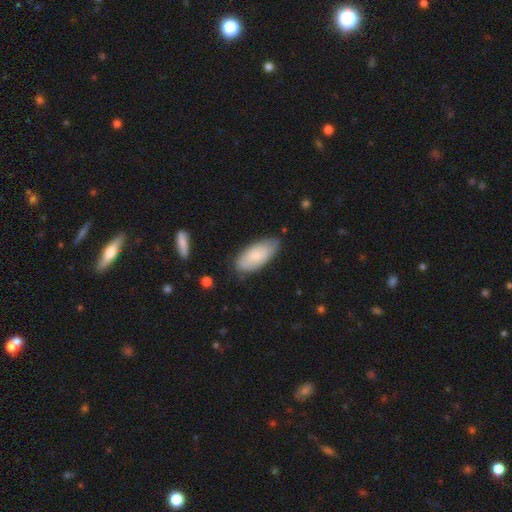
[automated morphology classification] smooth-or-featured: smooth: 75% | featured or disk: 20% | star or artifact: 6%
  how-rounded: in between: 88% | cigar-shaped: 10% | round: 2%
  merging: none: 74% | minor disturbance: 21% | major disturbance: 4% | merger: 2%